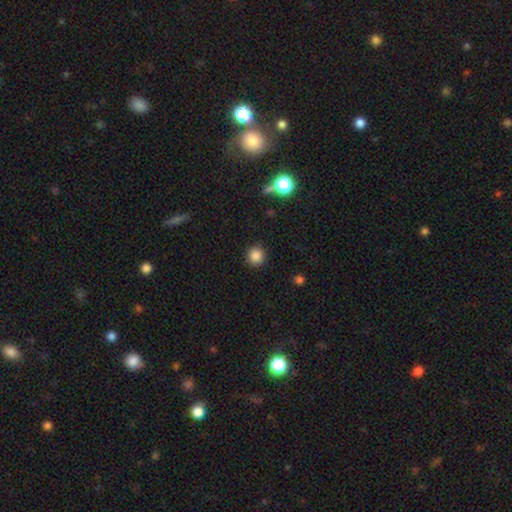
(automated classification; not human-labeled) This appears to be a smooth galaxy with no disk features (85%) that is round (93%). Merging: none (91%).